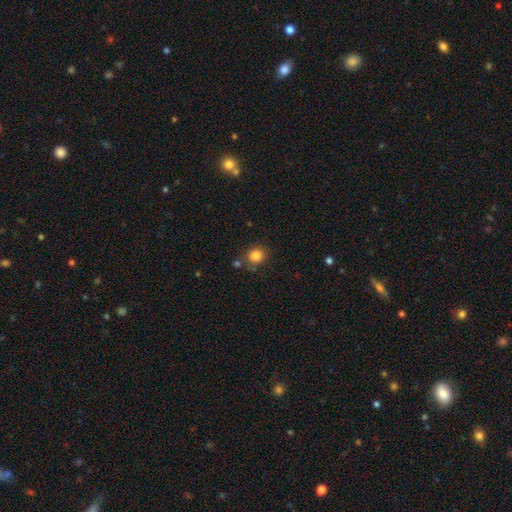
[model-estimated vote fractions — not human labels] Morphology: type=smooth (84%); roundness=round (83%); merging=none (76%).